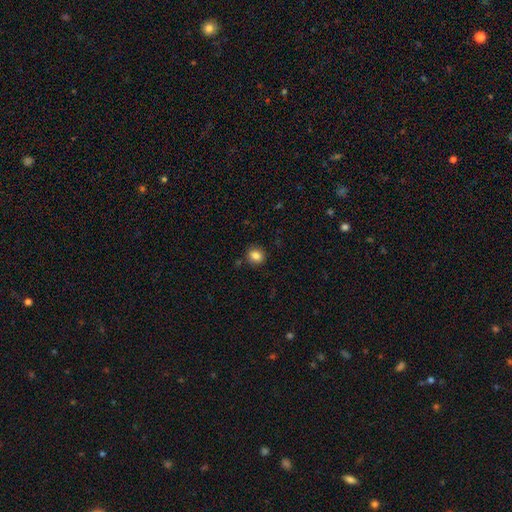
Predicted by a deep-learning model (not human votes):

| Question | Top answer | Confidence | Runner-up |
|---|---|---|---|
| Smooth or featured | smooth | 84% | star or artifact (11%) |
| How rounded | round | 80% | in between (19%) |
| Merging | none | 87% | minor disturbance (8%) |